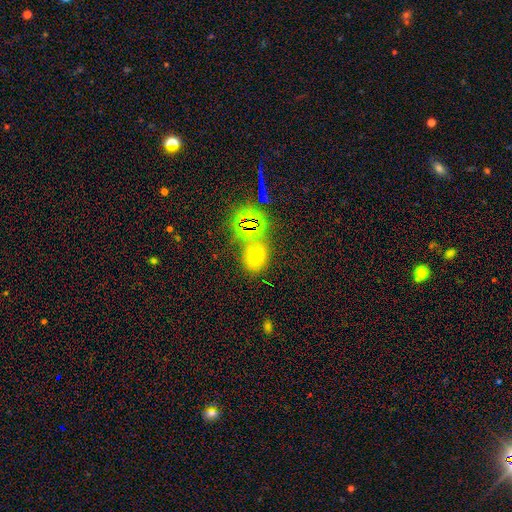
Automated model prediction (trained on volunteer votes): This is possibly a smooth galaxy (49%). Merging: likely none (70%).